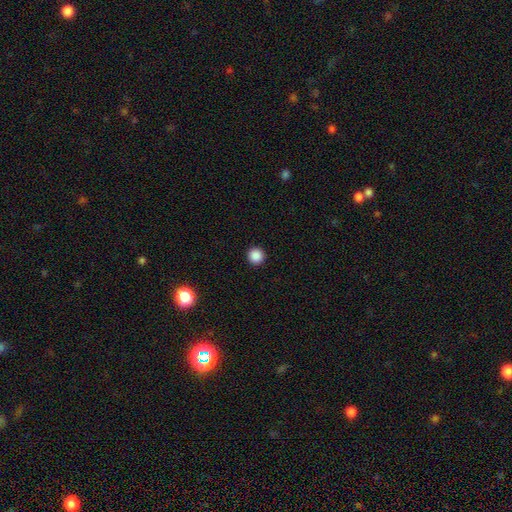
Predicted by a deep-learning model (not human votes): Overall: smooth (87%). How rounded: round (96%). Merging: none (94%).